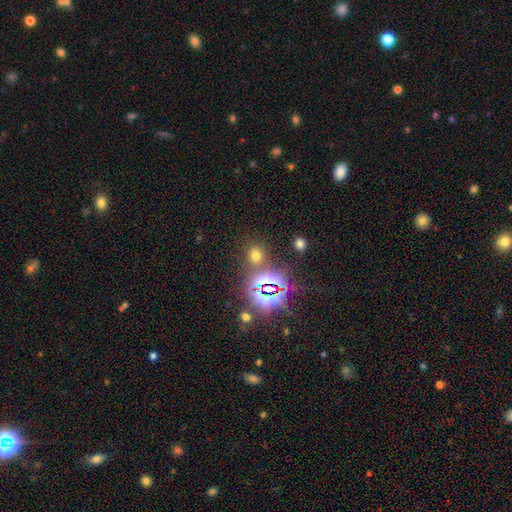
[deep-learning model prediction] Q: Smooth or featured?
A: smooth (52%); runner-up: star or artifact (41%)
Q: How rounded?
A: round (66%); runner-up: in between (32%)
Q: Merging?
A: none (76%); runner-up: merger (10%)